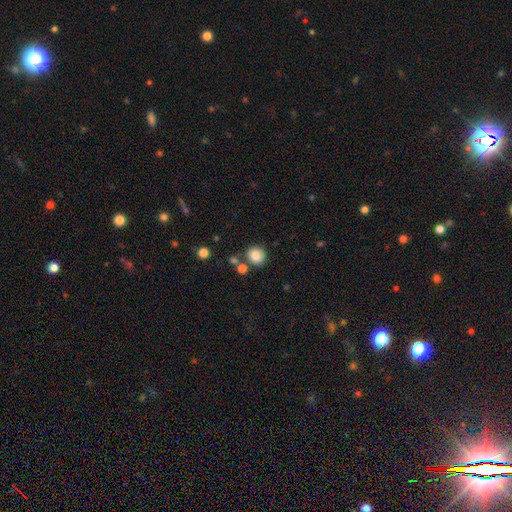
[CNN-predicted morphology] The model was most divided on "merging": none: 70%, minor disturbance: 13%, merger: 13%, major disturbance: 5%. More confident: smooth or featured — smooth (84%); how rounded — round (79%).